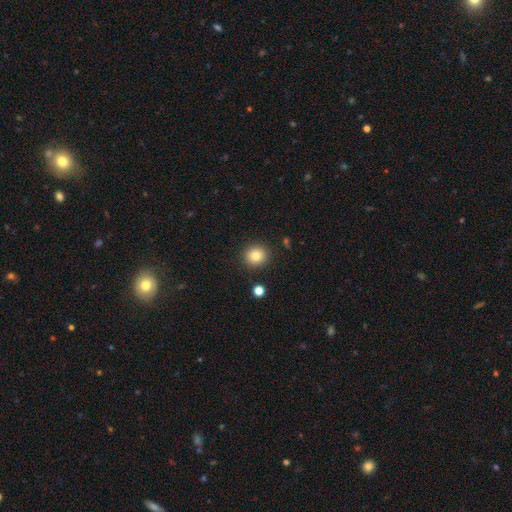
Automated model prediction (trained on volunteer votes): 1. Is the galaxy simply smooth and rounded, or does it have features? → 82% smooth, 11% star or artifact, 7% featured or disk.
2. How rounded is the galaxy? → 89% round, 10% in between, 1% cigar-shaped.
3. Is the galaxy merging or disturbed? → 90% none, 6% minor disturbance, 2% major disturbance, 2% merger.